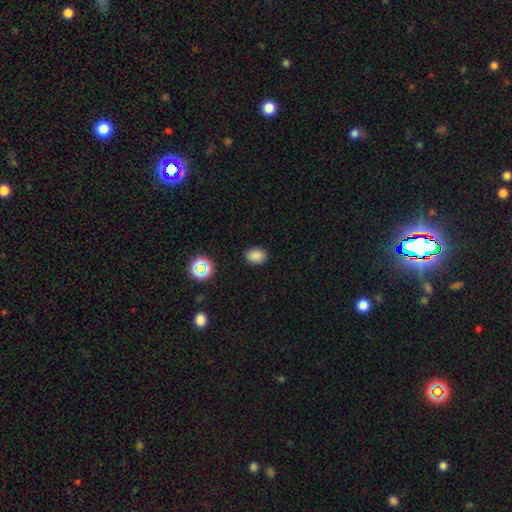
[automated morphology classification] A smooth galaxy with no disk features (83%) that is in between round and cigar-shaped (64%).

Vote fractions:
- Smooth or featured? smooth: 83% / star or artifact: 14% / featured or disk: 4%
- How rounded? in between: 64% / round: 35% / cigar-shaped: 1%
- Merging? none: 86% / minor disturbance: 10% / major disturbance: 3% / merger: 1%